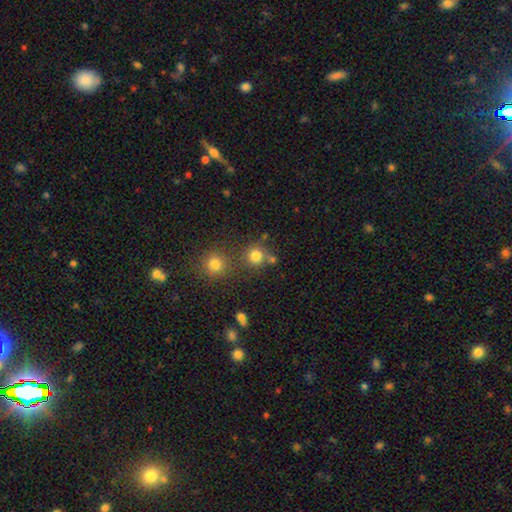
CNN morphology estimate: The model was most divided on "merging": none: 68%, merger: 18%, minor disturbance: 10%, major disturbance: 4%. More confident: how rounded — round (90%); smooth or featured — smooth (78%).